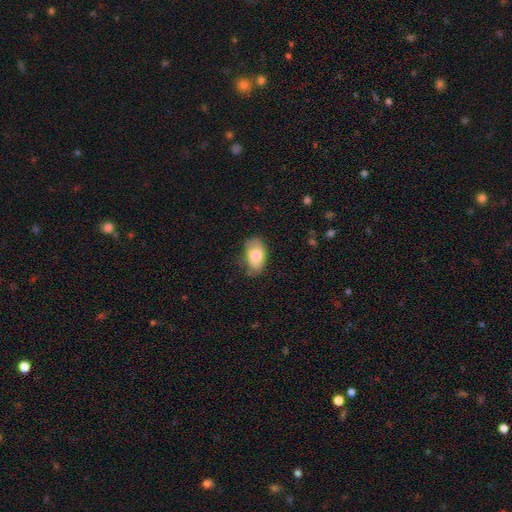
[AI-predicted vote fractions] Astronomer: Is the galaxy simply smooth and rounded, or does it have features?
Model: smooth — 75%.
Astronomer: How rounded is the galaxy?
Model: in between — 92%.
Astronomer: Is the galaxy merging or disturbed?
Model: none — 64%.